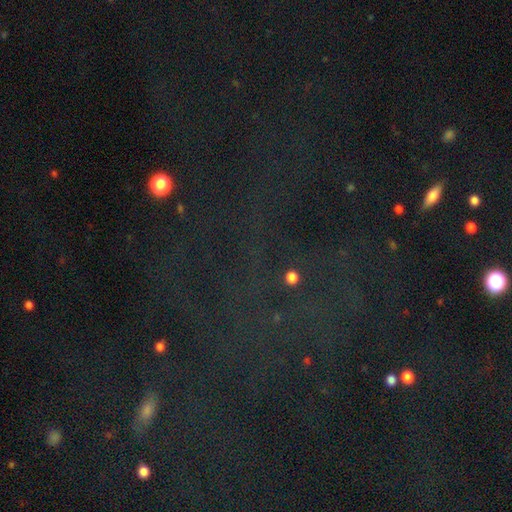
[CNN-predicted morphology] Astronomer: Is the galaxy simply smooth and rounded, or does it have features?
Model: star or artifact — 76%.